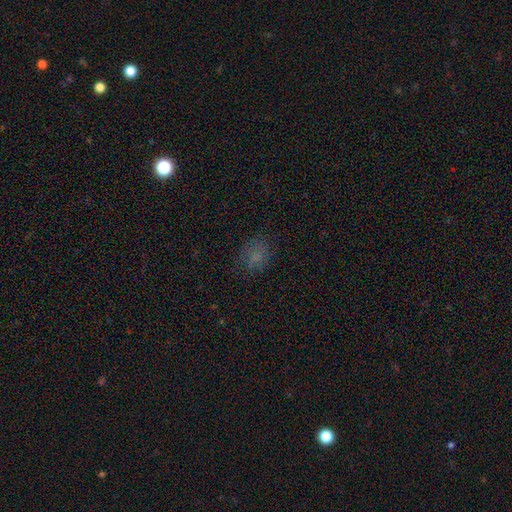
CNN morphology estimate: smooth 65%, star or artifact 21%, featured or disk 14%. Down the decision tree: how rounded — in between (54%); merging — none (68%).